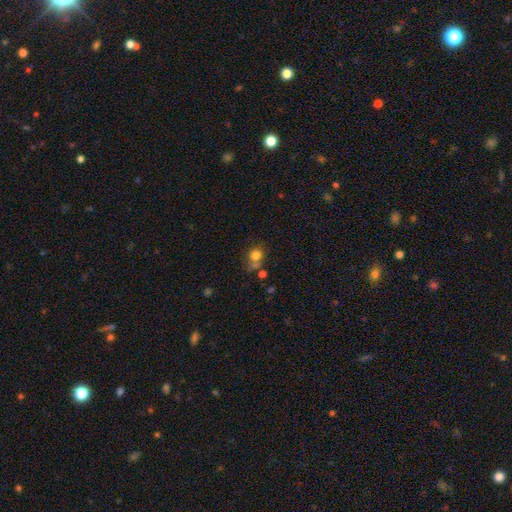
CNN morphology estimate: Q: Smooth or featured?
A: smooth (77%); runner-up: star or artifact (13%)
Q: How rounded?
A: round (80%); runner-up: in between (19%)
Q: Merging?
A: none (54%); runner-up: merger (23%)